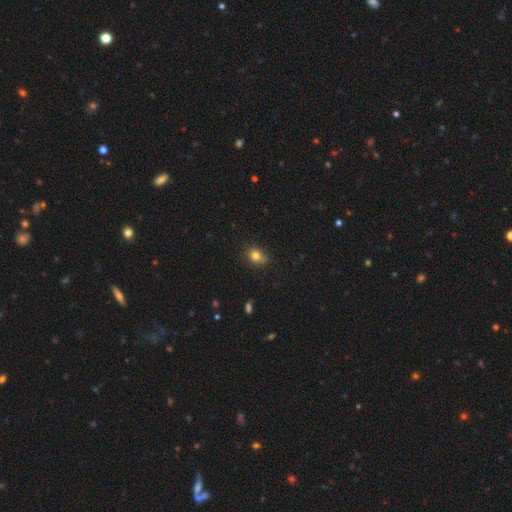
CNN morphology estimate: smooth 80%, star or artifact 12%, featured or disk 8%. Down the decision tree: how rounded — round (60%); merging — none (64%).